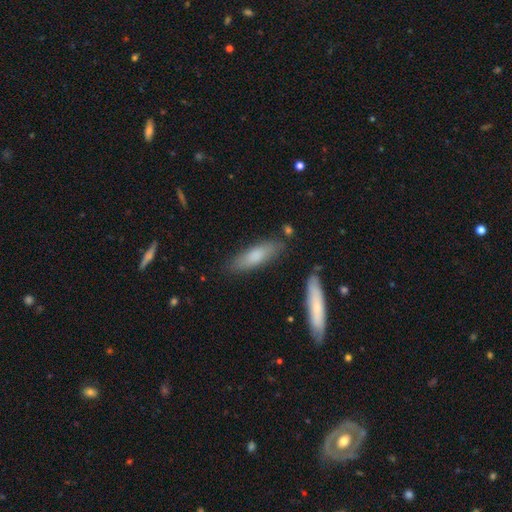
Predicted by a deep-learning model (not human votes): Smooth or featured: smooth — 76% (featured or disk — 18%)
How rounded: cigar-shaped — 59% (in between — 39%)
Merging: none — 78% (minor disturbance — 14%)